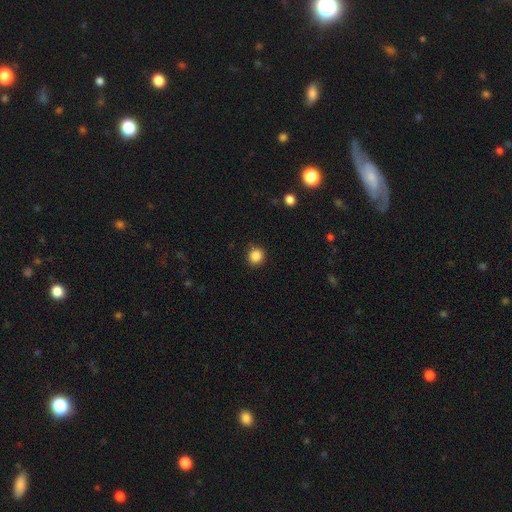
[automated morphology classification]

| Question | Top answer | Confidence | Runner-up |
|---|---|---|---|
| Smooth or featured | smooth | 86% | star or artifact (11%) |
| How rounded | round | 90% | in between (9%) |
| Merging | none | 89% | minor disturbance (8%) |